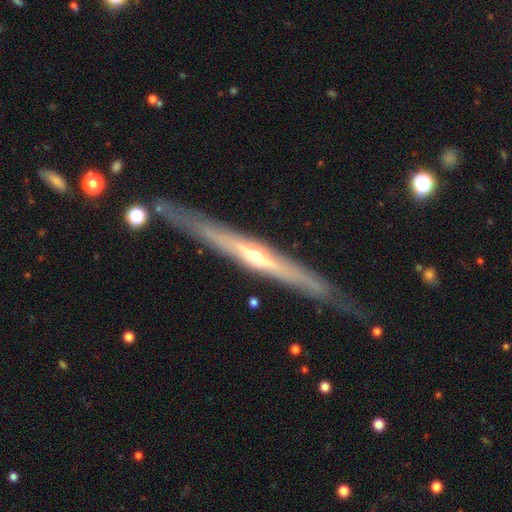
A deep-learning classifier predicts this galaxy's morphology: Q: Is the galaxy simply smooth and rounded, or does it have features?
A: featured or disk — 80%.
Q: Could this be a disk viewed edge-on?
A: yes — 93%.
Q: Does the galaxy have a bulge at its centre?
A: rounded — 73%.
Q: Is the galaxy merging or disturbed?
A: none — 82%.